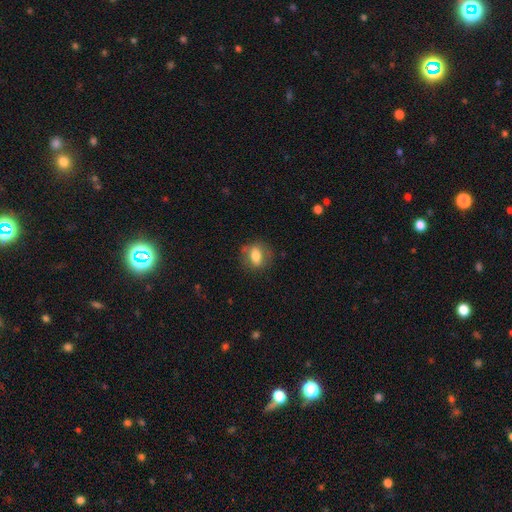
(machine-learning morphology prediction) smooth-or-featured: smooth: 69% | featured or disk: 23% | star or artifact: 8%
  how-rounded: in between: 66% | round: 30% | cigar-shaped: 4%
  merging: none: 76% | minor disturbance: 16% | major disturbance: 7% | merger: 1%